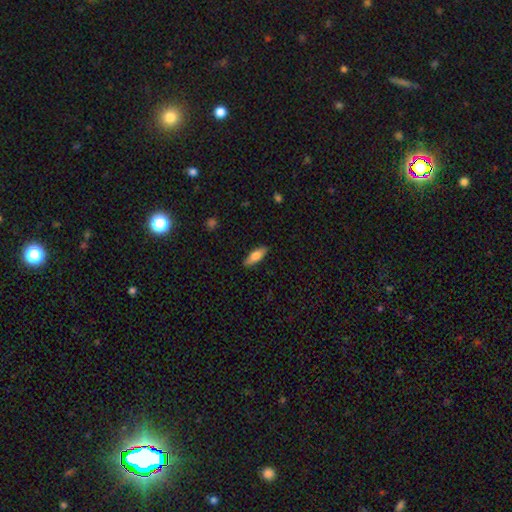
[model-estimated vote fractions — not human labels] A smooth galaxy with no disk features (72%) that is in between round and cigar-shaped (63%).

Vote fractions:
- Smooth or featured? smooth: 72% / featured or disk: 22% / star or artifact: 6%
- How rounded? in between: 63% / cigar-shaped: 35% / round: 2%
- Merging? none: 87% / minor disturbance: 9% / major disturbance: 2% / merger: 1%